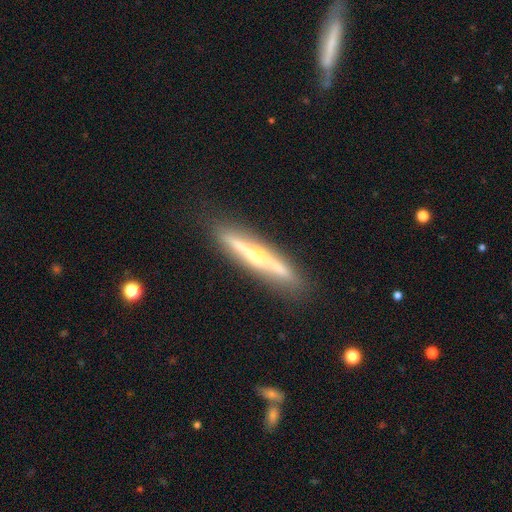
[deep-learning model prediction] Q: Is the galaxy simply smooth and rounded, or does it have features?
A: featured or disk — 75%.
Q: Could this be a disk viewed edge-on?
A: yes — 96%.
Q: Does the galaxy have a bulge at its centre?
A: rounded — 76%.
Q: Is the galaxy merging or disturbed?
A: none — 87%.